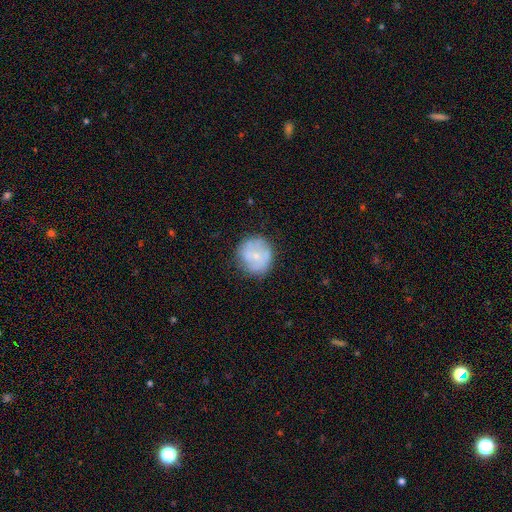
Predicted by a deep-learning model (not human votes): This is possibly a smooth galaxy (56%). How rounded: clearly round (90%). Merging: likely none (72%).